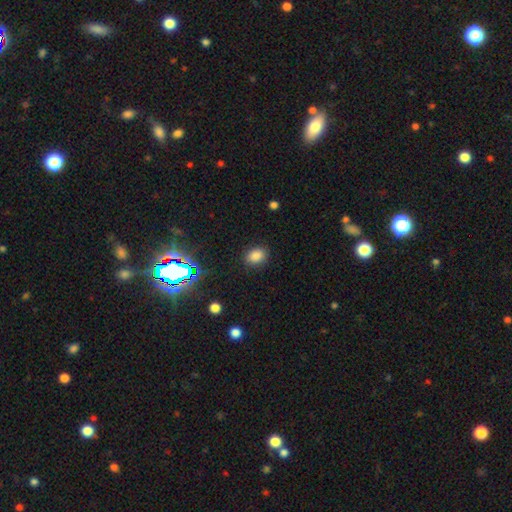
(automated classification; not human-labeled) smooth 82%, star or artifact 14%, featured or disk 4%. Down the decision tree: how rounded — in between (69%); merging — none (87%).